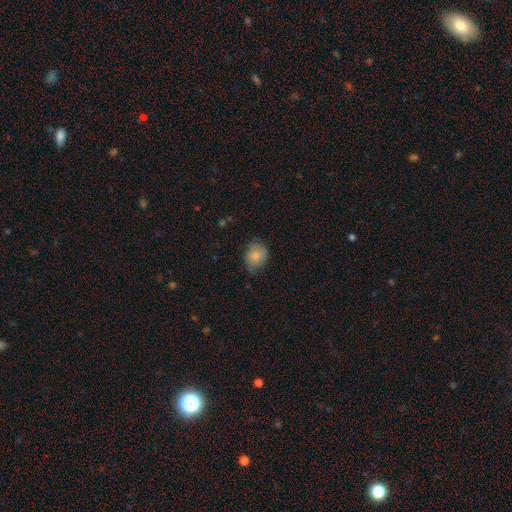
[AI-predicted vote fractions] Smooth or featured? smooth (79%)
How rounded? round (51%)
Merging? none (58%)